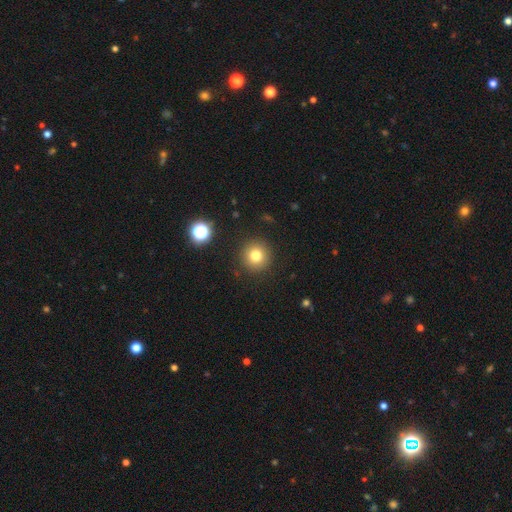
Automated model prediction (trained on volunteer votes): Overall: smooth (78%). How rounded: round (95%). Merging: none (90%).